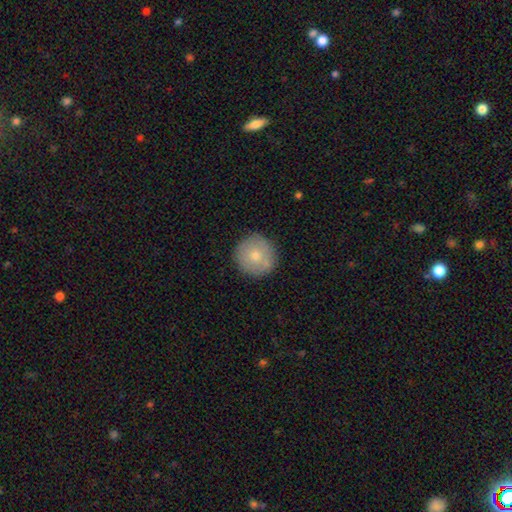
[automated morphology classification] This is likely a smooth galaxy (70%). How rounded: clearly round (96%). Merging: clearly none (85%).